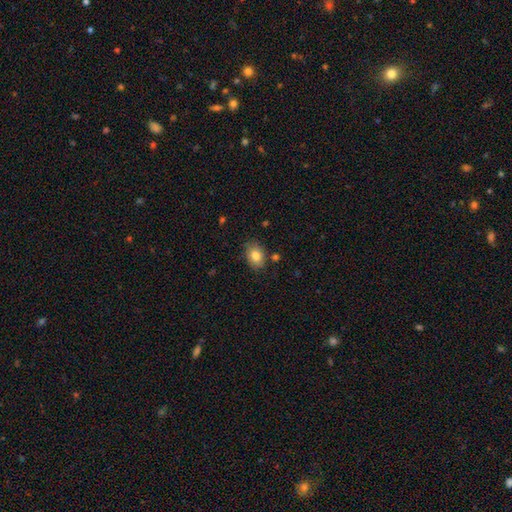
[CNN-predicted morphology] type=smooth (82%); roundness=in between (73%); merging=none (77%).